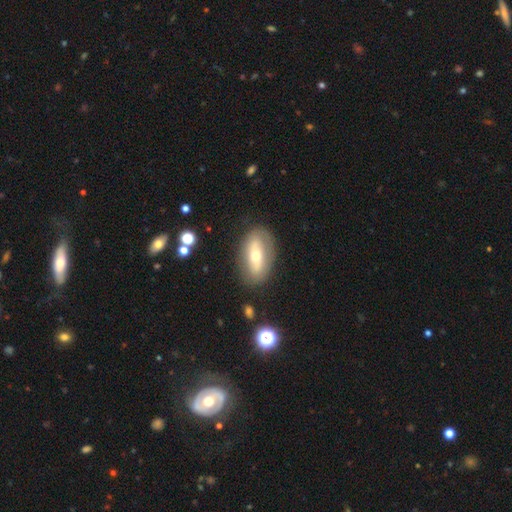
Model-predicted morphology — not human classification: Overall: featured or disk (49%; smooth 43%). Merging: none (80%).